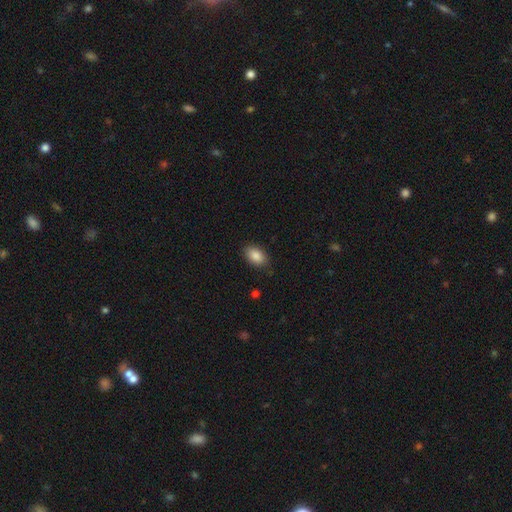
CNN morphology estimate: This appears to be a smooth galaxy with no disk features (88%) that is in between round and cigar-shaped (90%). Merging: none (85%).